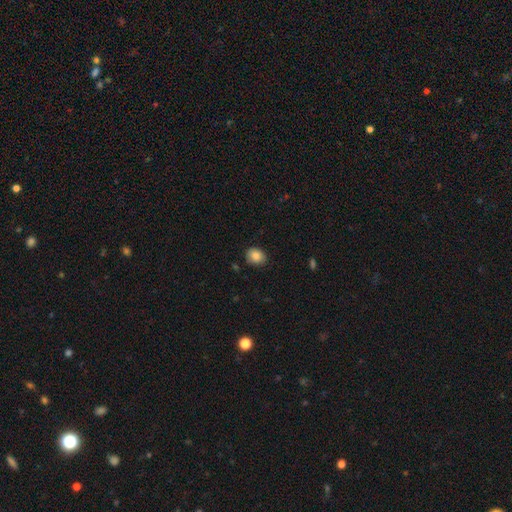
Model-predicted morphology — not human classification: Smooth or featured: smooth — 85% (star or artifact — 9%)
How rounded: round — 54% (in between — 45%)
Merging: none — 85% (minor disturbance — 12%)